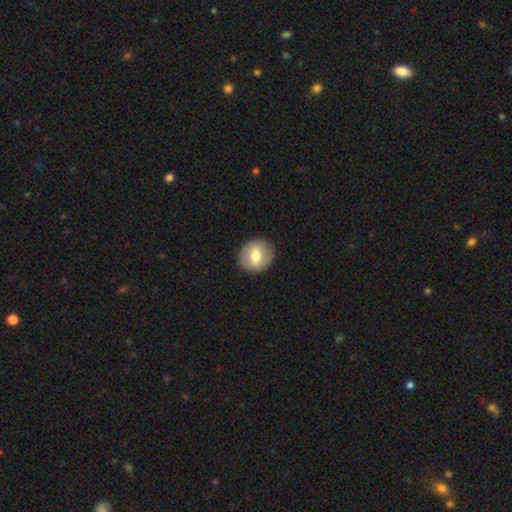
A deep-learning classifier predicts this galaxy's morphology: Overall: smooth (63%; featured or disk 30%). How rounded: round (72%). Merging: none (88%).